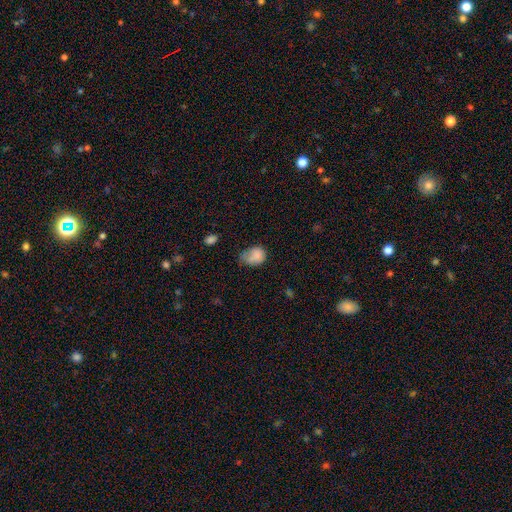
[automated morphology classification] Smooth or featured?
  - smooth: 79% *
  - featured or disk: 11%
  - star or artifact: 10%
How rounded?
  - in between: 55% *
  - round: 44%
  - cigar-shaped: 1%
Merging?
  - minor disturbance: 40% *
  - none: 34%
  - major disturbance: 20%
  - merger: 6%